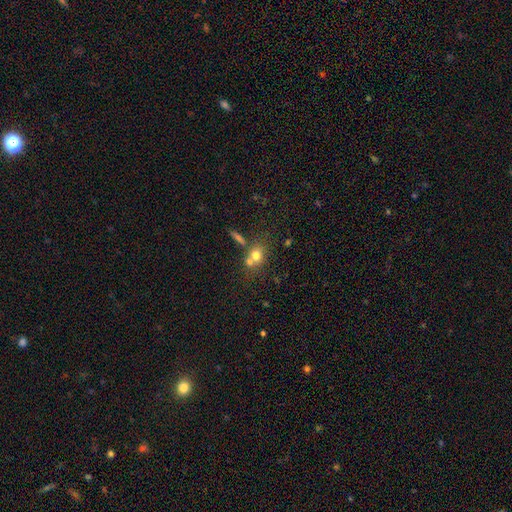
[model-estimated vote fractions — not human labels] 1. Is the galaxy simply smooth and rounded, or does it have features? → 71% smooth, 16% featured or disk, 13% star or artifact.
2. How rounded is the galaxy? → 63% round, 35% in between, 2% cigar-shaped.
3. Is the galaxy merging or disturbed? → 44% none, 40% merger, 10% minor disturbance, 5% major disturbance.